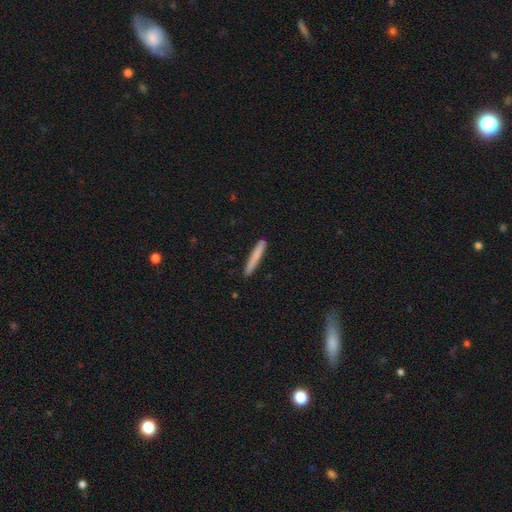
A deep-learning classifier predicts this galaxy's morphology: Overall: smooth (78%). How rounded: cigar-shaped (96%). Merging: none (91%).